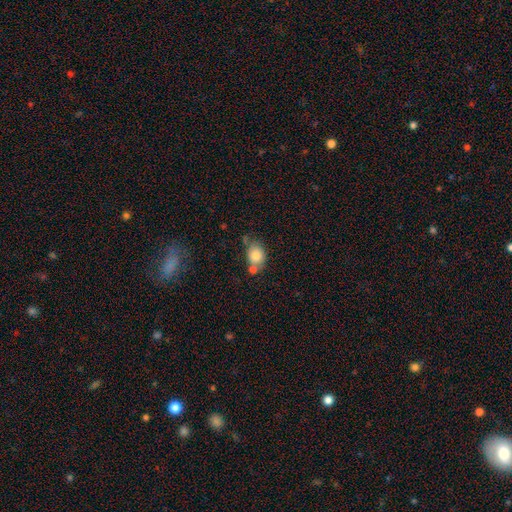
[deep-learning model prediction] The model was most divided on "how rounded": in between: 53%, round: 46%, cigar-shaped: 1%. More confident: smooth or featured — smooth (81%); merging — none (51%).